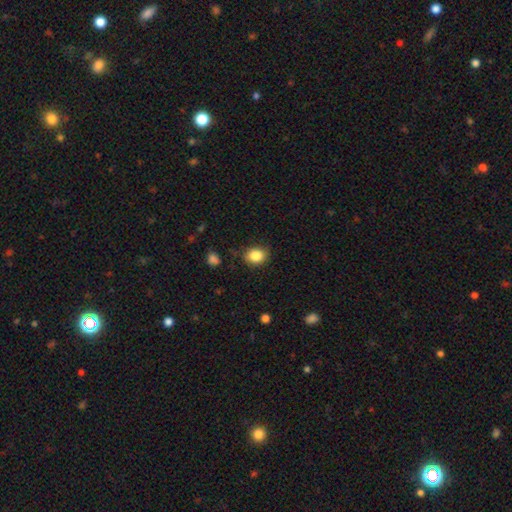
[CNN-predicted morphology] This is clearly a smooth galaxy (85%). How rounded: possibly round (54%). Merging: likely none (79%).